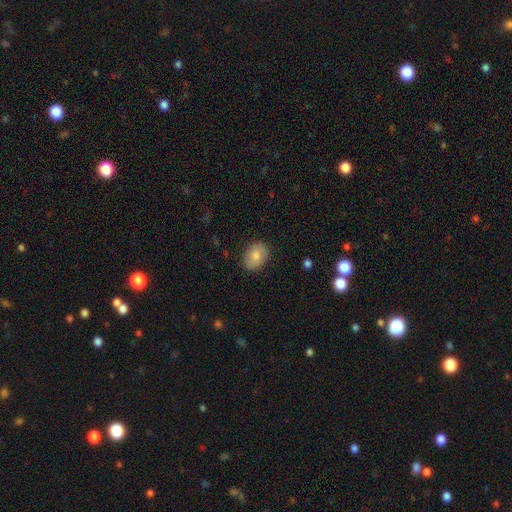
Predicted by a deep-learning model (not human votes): Smooth or featured? smooth (80%)
How rounded? in between (68%)
Merging? none (86%)